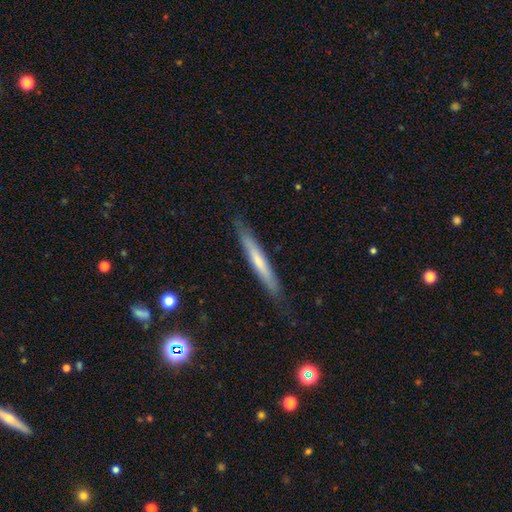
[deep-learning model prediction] Morphology: type=featured or disk (53%); edge-on=yes (92%); merging=none (84%).